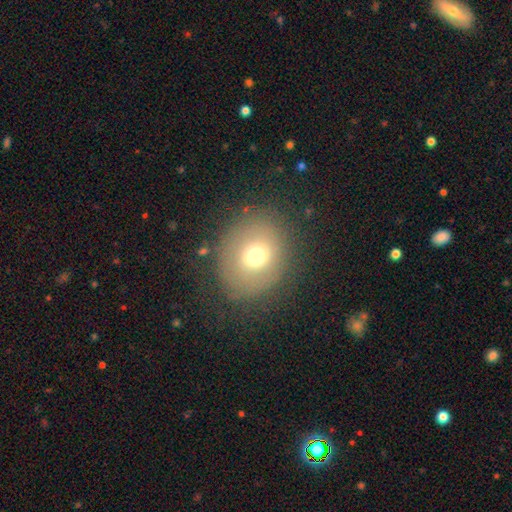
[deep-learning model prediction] Smooth or featured? smooth (64%)
How rounded? round (67%)
Merging? none (76%)